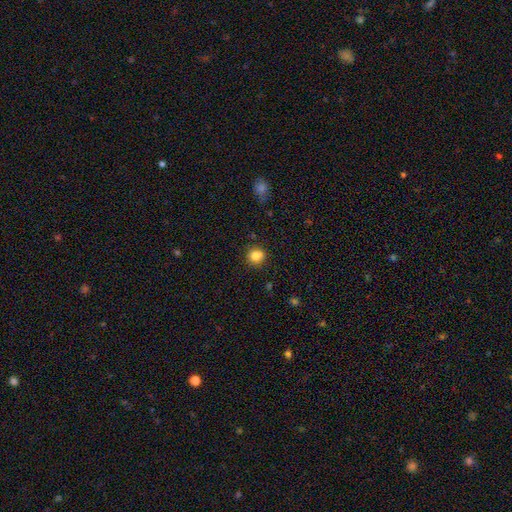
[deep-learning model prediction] This appears to be a smooth galaxy with no disk features (81%) that is round (88%). Merging: none (73%).